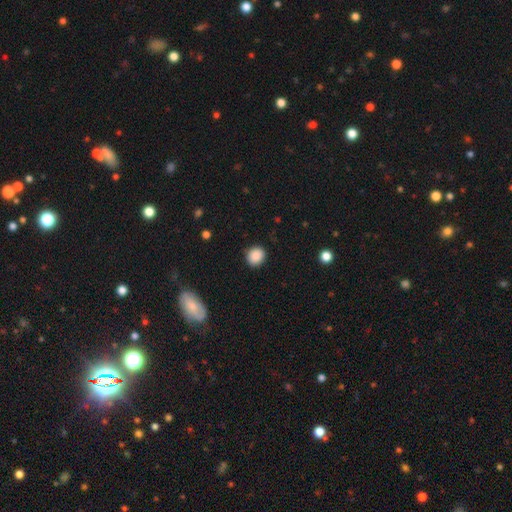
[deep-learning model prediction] smooth_or_featured: smooth (p=0.88) [alt: star or artifact p=0.08]
how_rounded: round (p=0.78) [alt: in between p=0.21]
merging: none (p=0.88) [alt: minor disturbance p=0.08]